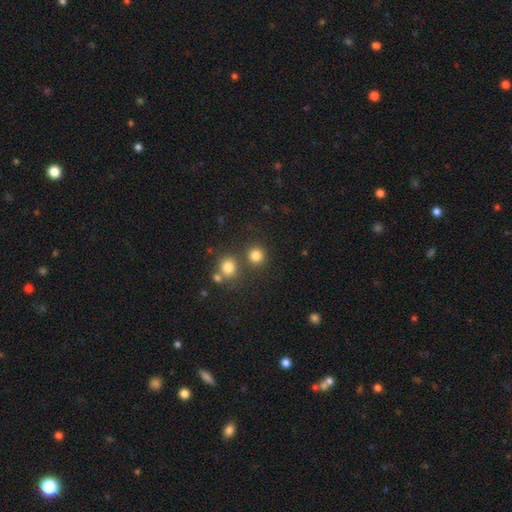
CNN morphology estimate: Smooth or featured: smooth — 80% (star or artifact — 14%)
How rounded: round — 89% (in between — 10%)
Merging: none — 75% (merger — 14%)